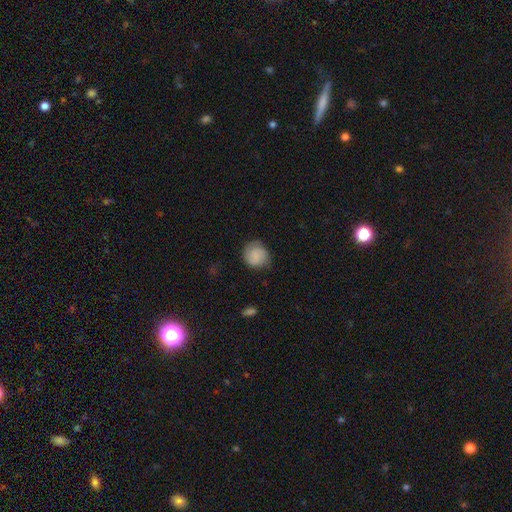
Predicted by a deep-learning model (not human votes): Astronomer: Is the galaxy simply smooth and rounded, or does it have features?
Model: smooth — 80%.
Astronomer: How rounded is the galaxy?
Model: round — 83%.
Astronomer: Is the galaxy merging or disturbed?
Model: none — 72%.